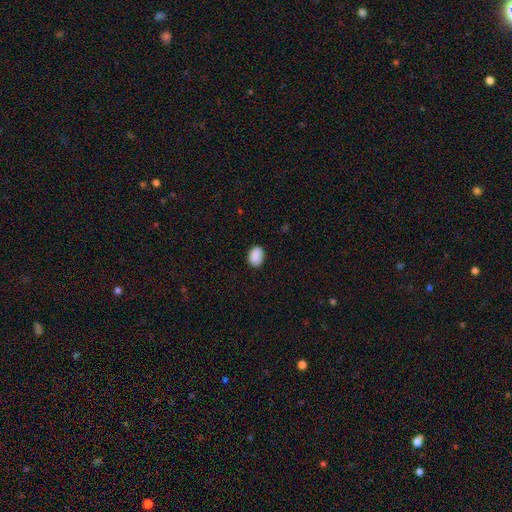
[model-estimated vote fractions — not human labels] smooth-or-featured: smooth: 90% | star or artifact: 7% | featured or disk: 3%
  how-rounded: in between: 77% | round: 22% | cigar-shaped: 1%
  merging: none: 87% | minor disturbance: 10% | major disturbance: 2% | merger: 1%